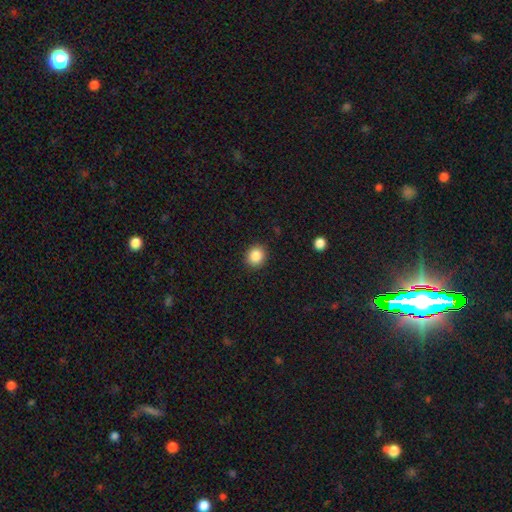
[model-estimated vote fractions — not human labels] Smooth or featured? Predicted: smooth (p=0.87). How rounded? Predicted: round (p=0.80). Merging? Predicted: none (p=0.90).